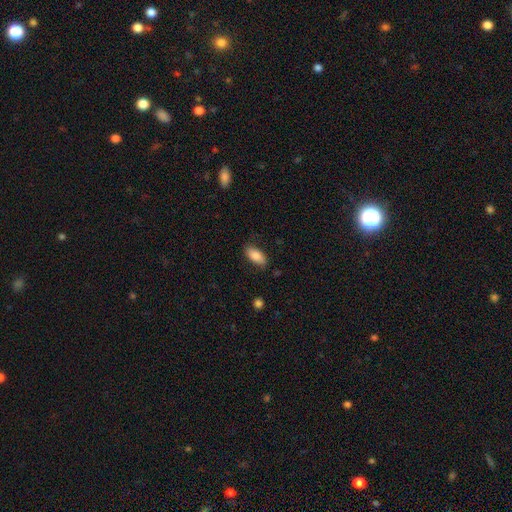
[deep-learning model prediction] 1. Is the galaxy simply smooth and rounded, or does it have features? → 83% smooth, 10% featured or disk, 7% star or artifact.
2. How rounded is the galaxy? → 90% in between, 7% cigar-shaped, 3% round.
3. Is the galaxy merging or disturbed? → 82% none, 14% minor disturbance, 3% major disturbance, 1% merger.